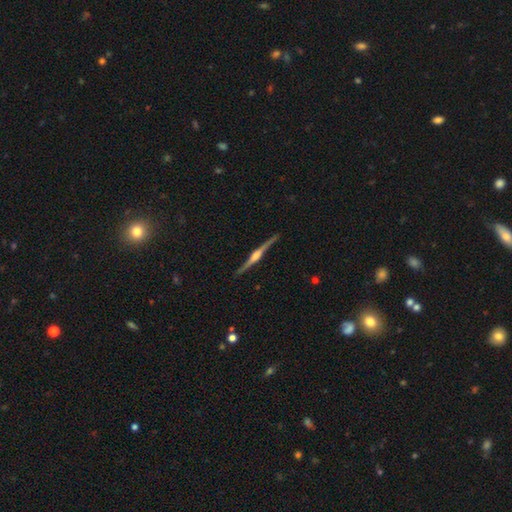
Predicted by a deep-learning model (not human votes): Smooth or featured? featured or disk (84%)
Edge-on disk? yes (98%)
Edge-on bulge? rounded (75%)
Merging? none (88%)